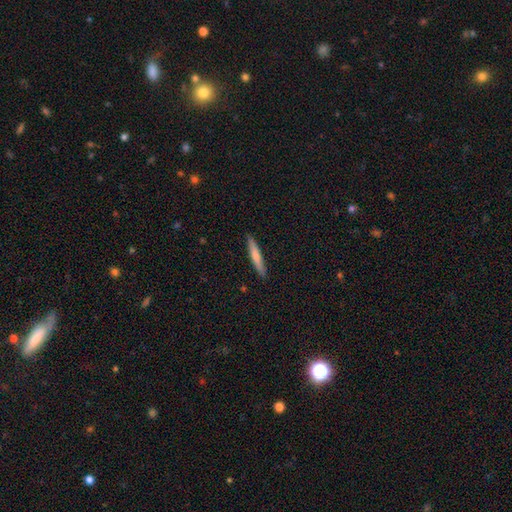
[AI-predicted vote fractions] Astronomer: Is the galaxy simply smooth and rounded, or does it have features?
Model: smooth — 70%.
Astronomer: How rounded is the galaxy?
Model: cigar-shaped — 94%.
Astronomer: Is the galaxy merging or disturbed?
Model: none — 91%.